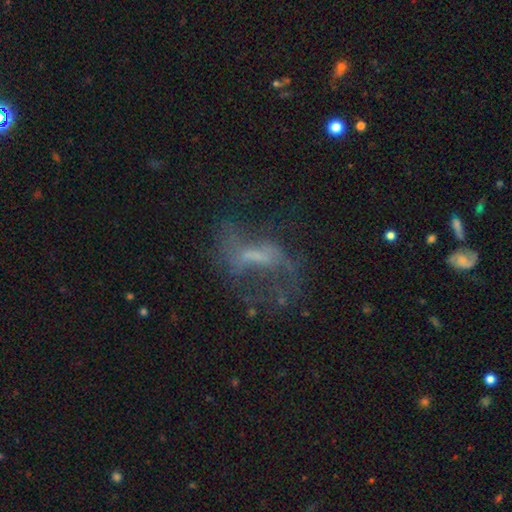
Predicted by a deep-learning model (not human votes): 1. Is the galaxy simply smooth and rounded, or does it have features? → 60% featured or disk, 22% smooth, 18% star or artifact.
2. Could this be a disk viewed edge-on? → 94% no, 6% yes.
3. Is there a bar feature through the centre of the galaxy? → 40% no, 37% weak, 23% strong.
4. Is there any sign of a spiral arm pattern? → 56% no, 44% yes.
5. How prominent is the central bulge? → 44% none, 33% small, 18% moderate, 4% large, 1% dominant.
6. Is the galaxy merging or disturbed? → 40% none, 38% major disturbance, 17% minor disturbance, 5% merger.